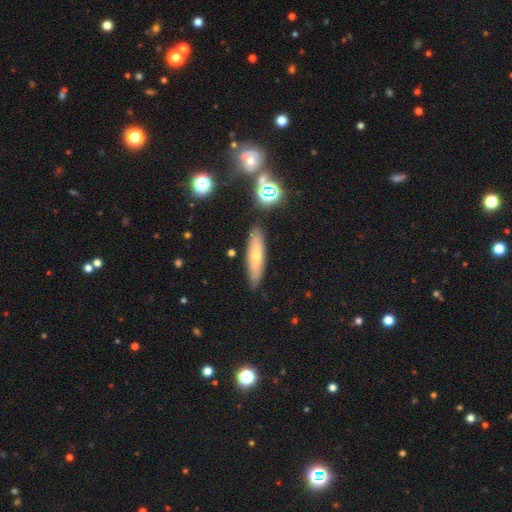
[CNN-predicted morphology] This appears to be a smooth galaxy with no disk features (51%) that is cigar-shaped (76%). Merging: none (85%).